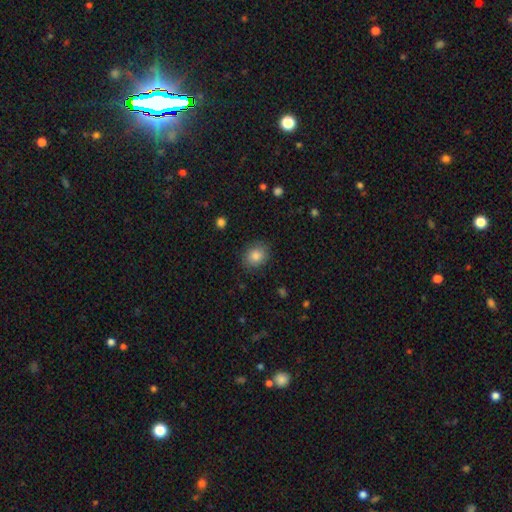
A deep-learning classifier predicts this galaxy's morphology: smooth-or-featured: smooth: 84% | star or artifact: 9% | featured or disk: 7%
  how-rounded: round: 61% | in between: 38% | cigar-shaped: 1%
  merging: none: 86% | minor disturbance: 10% | major disturbance: 3% | merger: 1%